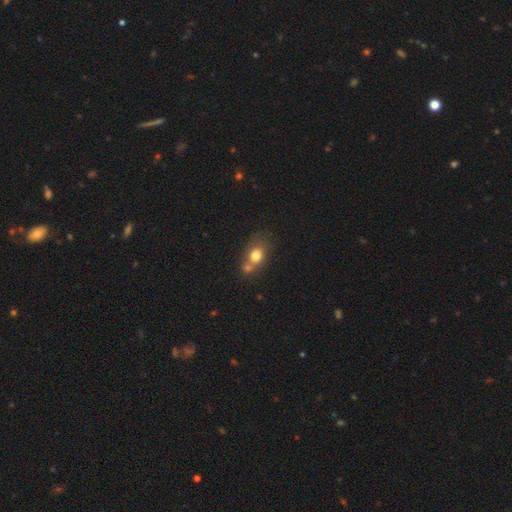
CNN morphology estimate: Smooth or featured: smooth — 74% (featured or disk — 16%)
How rounded: round — 50% (in between — 49%)
Merging: merger — 46% (none — 34%)